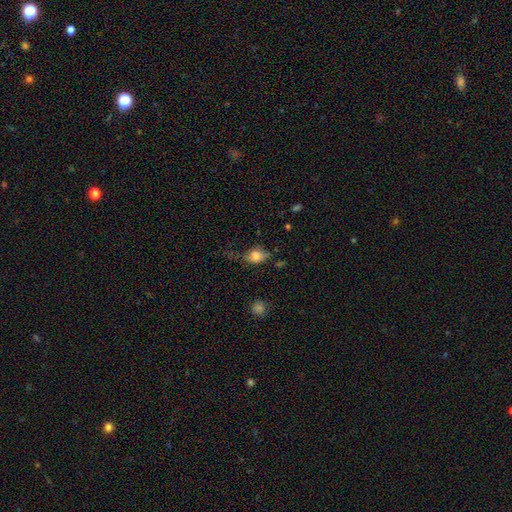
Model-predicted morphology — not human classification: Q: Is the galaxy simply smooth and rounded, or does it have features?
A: smooth — 74%.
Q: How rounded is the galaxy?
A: in between — 62%.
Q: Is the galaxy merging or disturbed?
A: none — 50%.